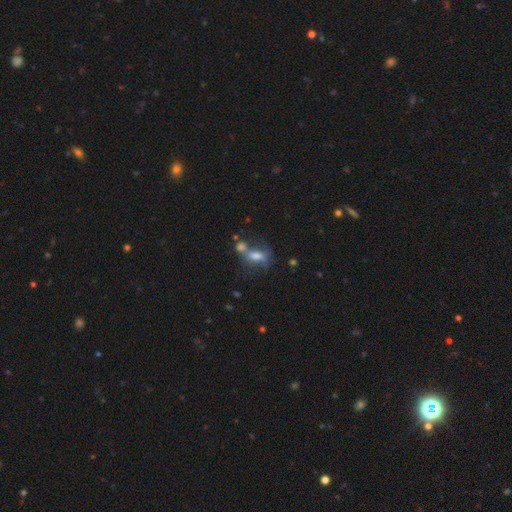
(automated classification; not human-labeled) The model was most divided on "merging": merger: 40%, none: 33%, minor disturbance: 15%, major disturbance: 12%. More confident: how rounded — in between (75%); smooth or featured — smooth (56%).